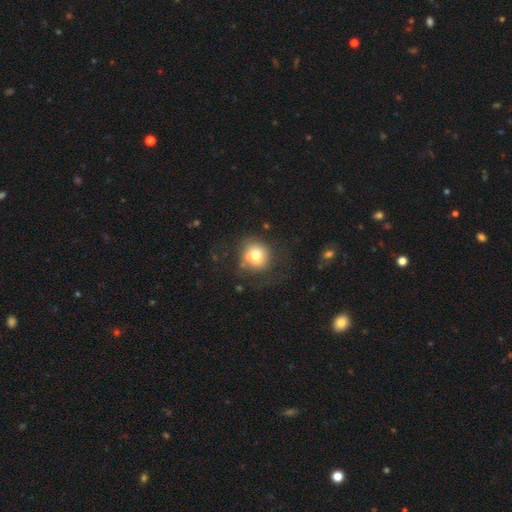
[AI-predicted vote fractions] Smooth or featured? Predicted: smooth (p=0.70). How rounded? Predicted: round (p=0.87). Merging? Predicted: none (p=0.58).